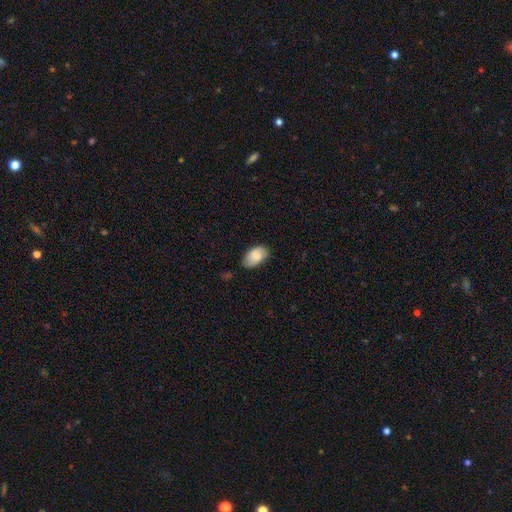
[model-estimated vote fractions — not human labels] smooth_or_featured: smooth (p=0.85) [alt: featured or disk p=0.09]
how_rounded: in between (p=0.93) [alt: round p=0.05]
merging: none (p=0.75) [alt: minor disturbance p=0.20]